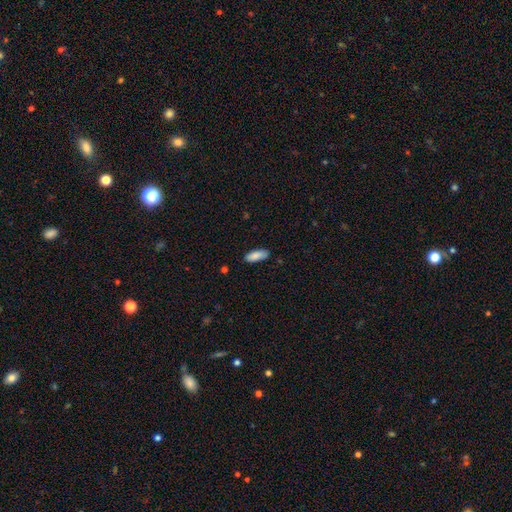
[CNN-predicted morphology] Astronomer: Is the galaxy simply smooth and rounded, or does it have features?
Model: smooth — 87%.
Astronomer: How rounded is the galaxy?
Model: in between — 75%.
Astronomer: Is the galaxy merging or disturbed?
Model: none — 85%.